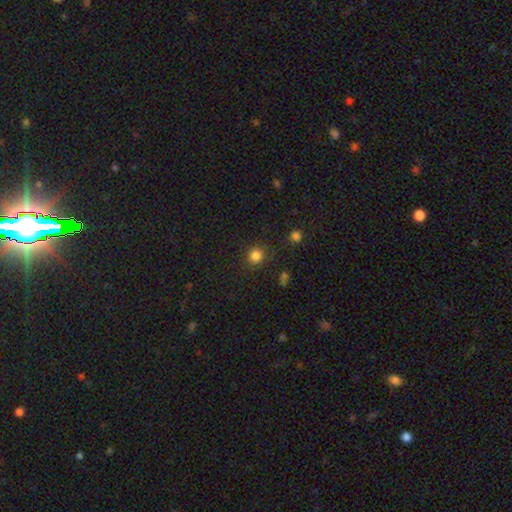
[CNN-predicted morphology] Smooth or featured: smooth — 82% (star or artifact — 14%)
How rounded: round — 91% (in between — 8%)
Merging: none — 85% (minor disturbance — 9%)